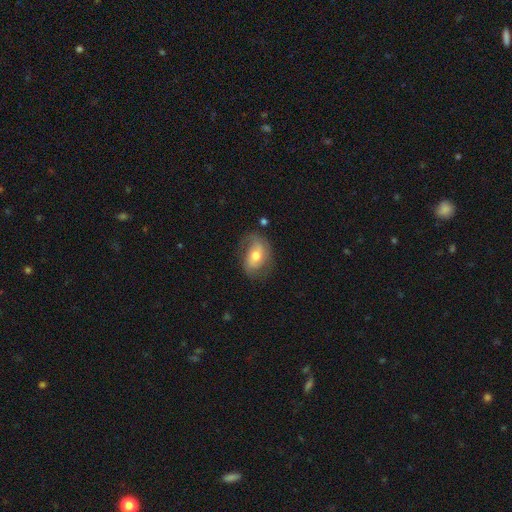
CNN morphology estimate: Q: Smooth or featured?
A: featured or disk (55%); runner-up: smooth (38%)
Q: Edge-on disk?
A: no (95%); runner-up: yes (5%)
Q: Bar?
A: no (51%); runner-up: weak (33%)
Q: Spiral arms?
A: yes (78%); runner-up: no (22%)
Q: Bulge size?
A: moderate (68%); runner-up: small (23%)
Q: Merging?
A: none (61%); runner-up: minor disturbance (24%)